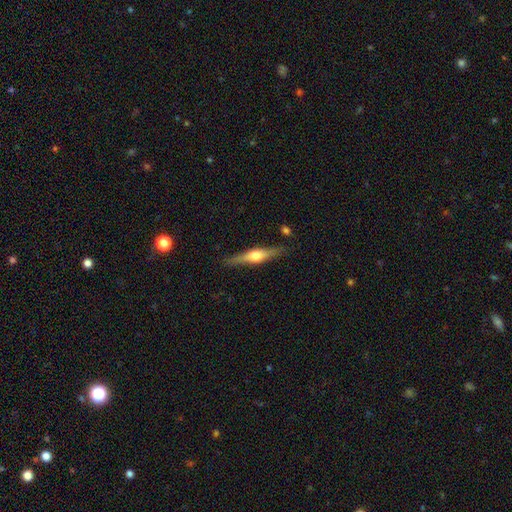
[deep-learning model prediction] This is likely a featured or disk galaxy (68%). It is clearly viewed edge-on (96%). Edge-on bulge: clearly rounded (93%). Merging: clearly none (86%).